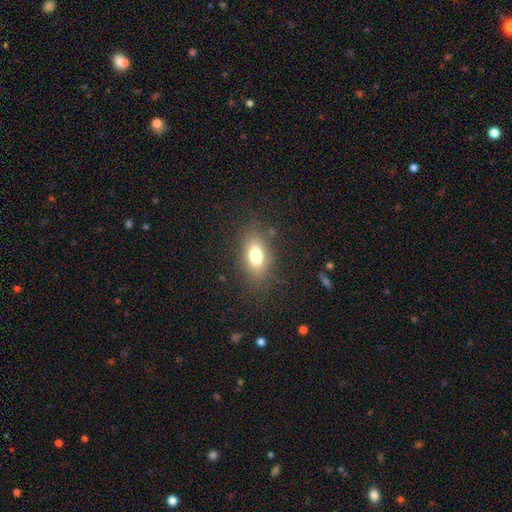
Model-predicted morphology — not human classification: The model was most divided on "smooth or featured": smooth: 76%, featured or disk: 14%, star or artifact: 10%. More confident: how rounded — in between (83%); merging — none (82%).